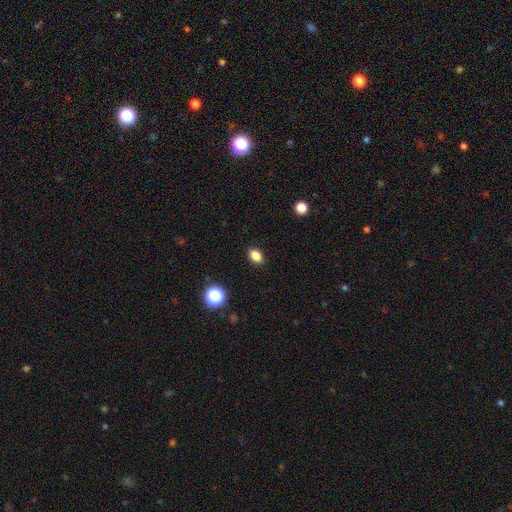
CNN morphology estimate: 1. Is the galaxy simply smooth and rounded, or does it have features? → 85% smooth, 12% star or artifact, 4% featured or disk.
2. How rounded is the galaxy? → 78% in between, 21% round, 1% cigar-shaped.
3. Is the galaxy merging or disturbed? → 89% none, 8% minor disturbance, 2% major disturbance, 1% merger.